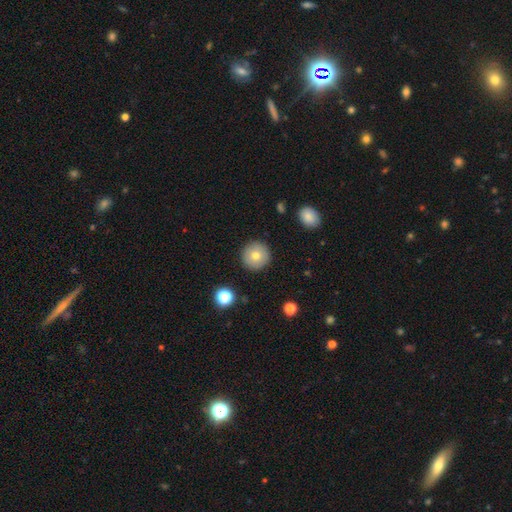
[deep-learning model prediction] Smooth or featured? smooth (75%)
How rounded? round (96%)
Merging? none (91%)